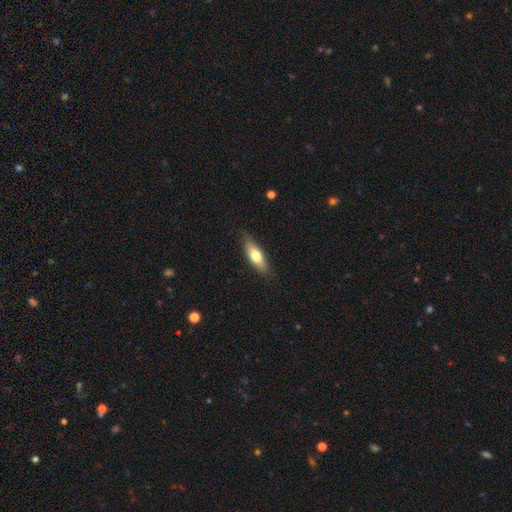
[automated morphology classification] This appears to be a smooth galaxy with no disk features (68%) that is in between round and cigar-shaped (59%). Merging: none (83%).